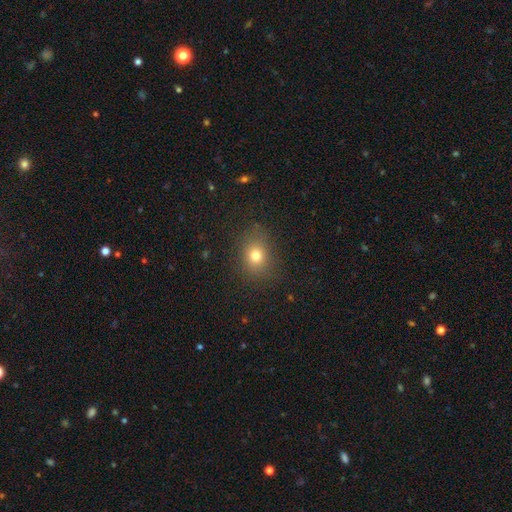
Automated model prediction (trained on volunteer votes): Smooth or featured?
  - smooth: 75% *
  - star or artifact: 15%
  - featured or disk: 10%
How rounded?
  - round: 56% *
  - in between: 43%
  - cigar-shaped: 1%
Merging?
  - none: 83% *
  - minor disturbance: 11%
  - major disturbance: 5%
  - merger: 1%